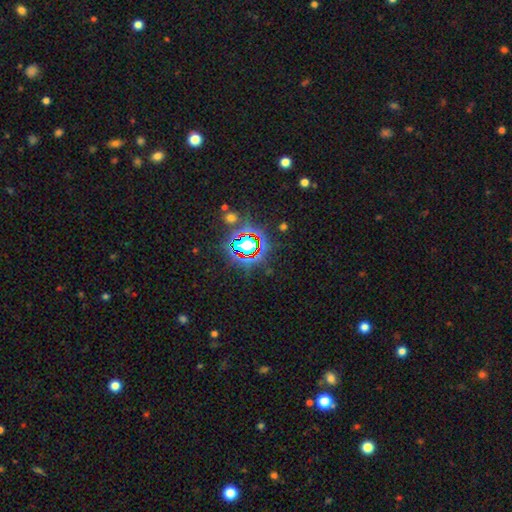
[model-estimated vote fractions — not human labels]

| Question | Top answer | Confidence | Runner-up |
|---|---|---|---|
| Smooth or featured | star or artifact | 80% | smooth (12%) |